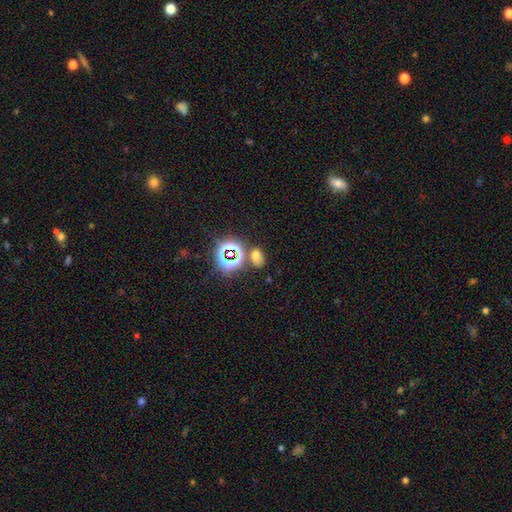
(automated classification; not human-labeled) Smooth or featured: smooth — 52% (star or artifact — 39%)
How rounded: in between — 77% (round — 20%)
Merging: none — 67% (merger — 15%)